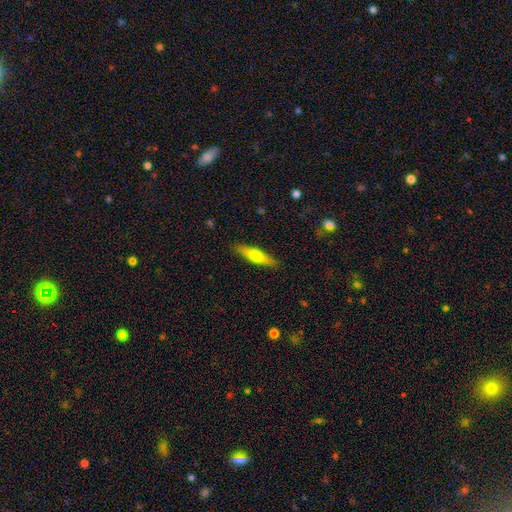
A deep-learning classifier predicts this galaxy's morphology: A smooth galaxy with no disk features (55%) that is cigar-shaped (72%). Merging: none (89%).